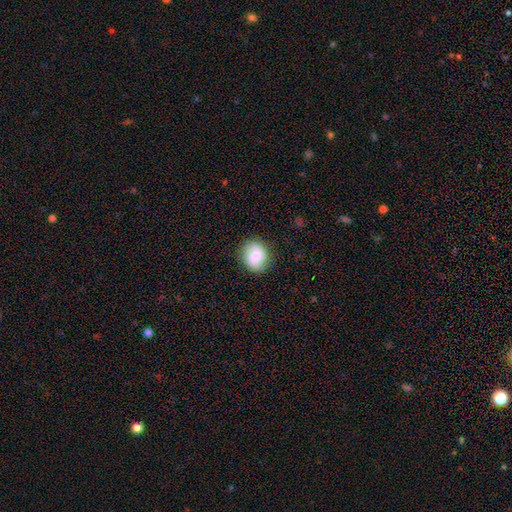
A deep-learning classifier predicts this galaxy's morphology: Smooth or featured? Predicted: smooth (p=0.47). Merging? Predicted: none (p=0.85).